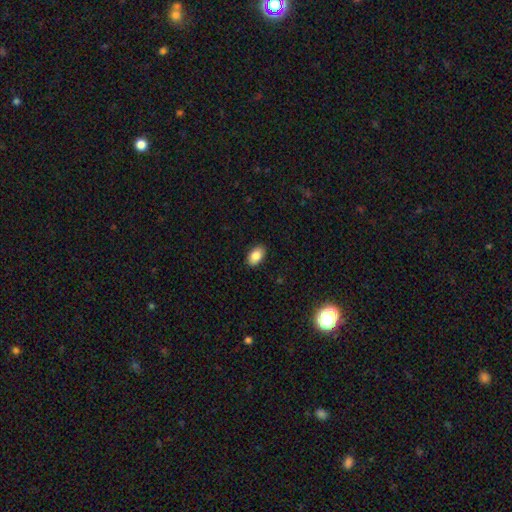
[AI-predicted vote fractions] smooth_or_featured: smooth (p=0.85) [alt: star or artifact p=0.08]
how_rounded: in between (p=0.92) [alt: round p=0.07]
merging: none (p=0.89) [alt: minor disturbance p=0.08]